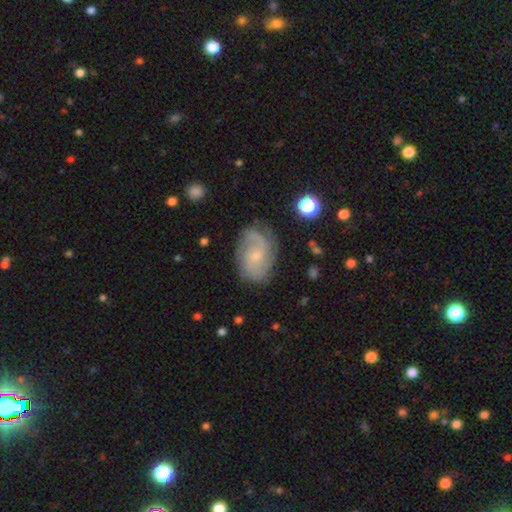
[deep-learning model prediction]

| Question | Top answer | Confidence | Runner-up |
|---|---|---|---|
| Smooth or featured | featured or disk | 75% | smooth (18%) |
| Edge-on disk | no | 97% | yes (3%) |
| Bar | no | 64% | weak (32%) |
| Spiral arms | yes | 94% | no (6%) |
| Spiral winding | medium | 44% | tight (36%) |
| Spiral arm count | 2 | 55% | can't tell (20%) |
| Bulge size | small | 65% | moderate (27%) |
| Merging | none | 72% | minor disturbance (19%) |